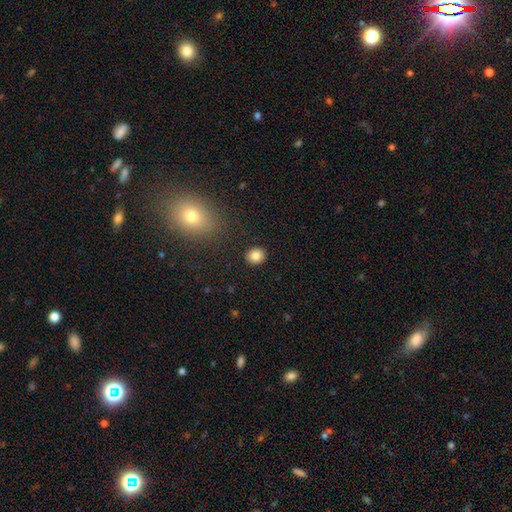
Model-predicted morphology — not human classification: A smooth galaxy with no disk features (83%) that is round (76%).

Vote fractions:
- Smooth or featured? smooth: 83% / star or artifact: 10% / featured or disk: 6%
- How rounded? round: 76% / in between: 23% / cigar-shaped: 1%
- Merging? none: 91% / minor disturbance: 6% / major disturbance: 2% / merger: 1%